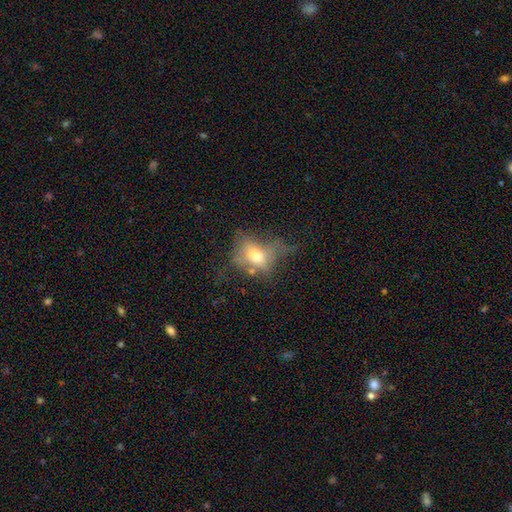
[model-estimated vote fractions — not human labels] smooth_or_featured: smooth (p=0.54) [alt: featured or disk p=0.33]
how_rounded: in between (p=0.73) [alt: round p=0.23]
merging: major disturbance (p=0.36) [alt: none p=0.32]